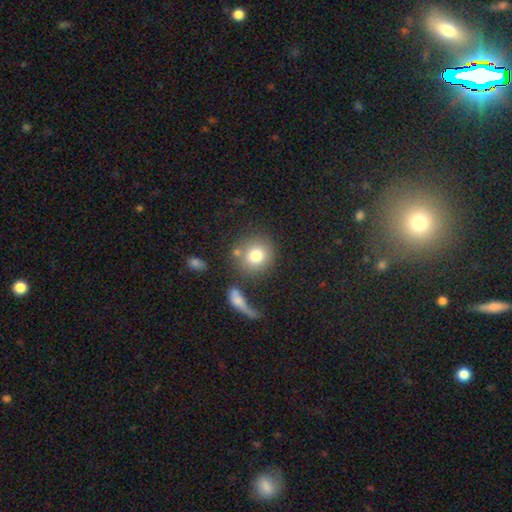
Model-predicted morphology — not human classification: smooth 78%, featured or disk 12%, star or artifact 10%. Down the decision tree: how rounded — round (86%); merging — none (68%).